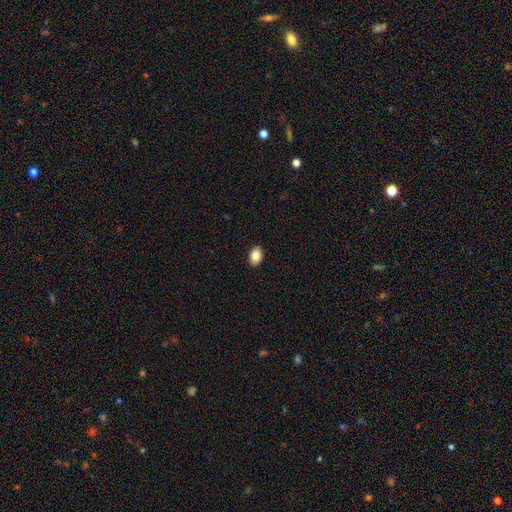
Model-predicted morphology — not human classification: The model was most divided on "how rounded": in between: 85%, round: 14%, cigar-shaped: 1%. More confident: merging — none (91%); smooth or featured — smooth (84%).